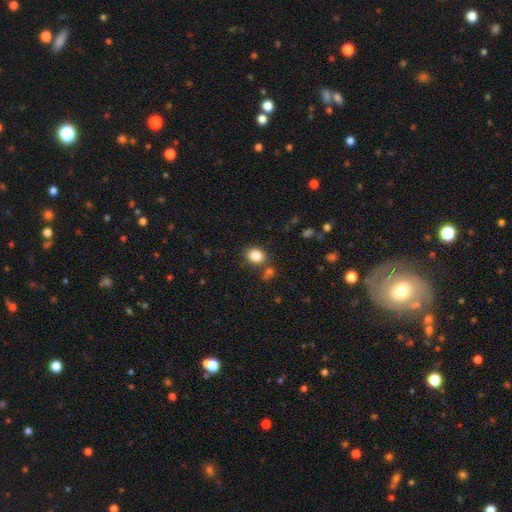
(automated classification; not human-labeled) Smooth or featured: smooth — 85% (star or artifact — 10%)
How rounded: in between — 51% (round — 48%)
Merging: none — 75% (minor disturbance — 11%)